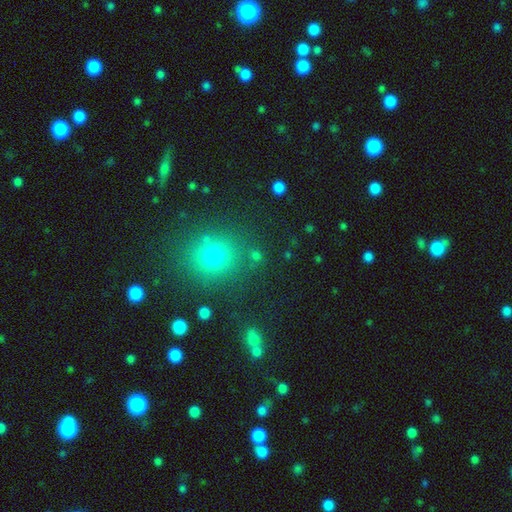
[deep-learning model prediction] smooth 65%, star or artifact 27%, featured or disk 7%. Down the decision tree: how rounded — round (84%); merging — none (78%).